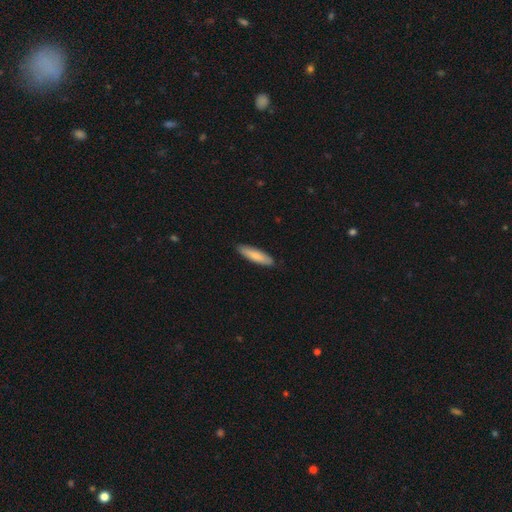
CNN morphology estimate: This appears to be a smooth galaxy with no disk features (82%) that is cigar-shaped (72%). Merging: none (89%).